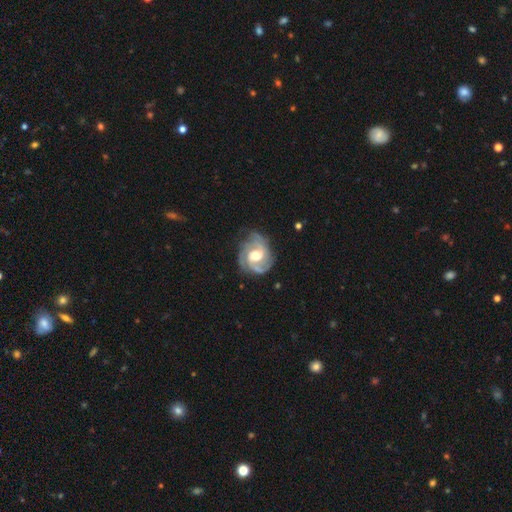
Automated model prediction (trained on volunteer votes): A featured or disk galaxy (87%) with no bar (53%), 3 (37%) tight (50%) spiral arms (97%) and a moderate central bulge (64%). Merging: none (68%).